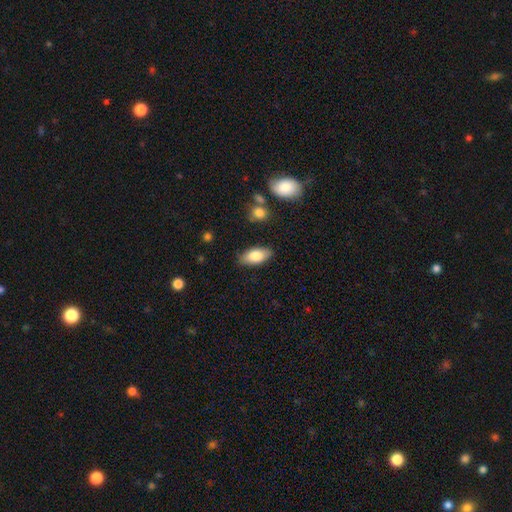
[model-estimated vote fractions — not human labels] Smooth or featured? smooth (81%)
How rounded? in between (90%)
Merging? none (84%)